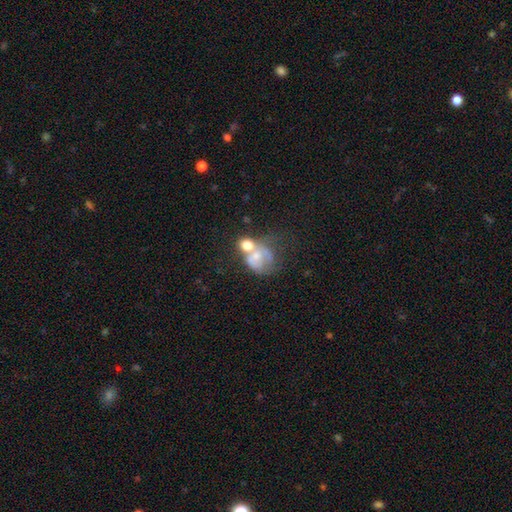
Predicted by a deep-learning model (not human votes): Smooth or featured? Predicted: featured or disk (p=0.44). Merging? Predicted: merger (p=0.46).